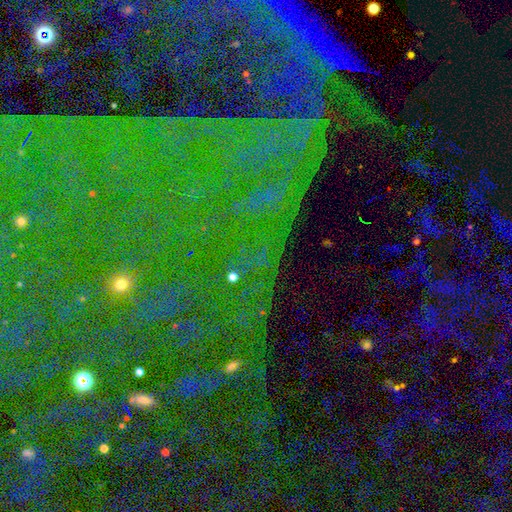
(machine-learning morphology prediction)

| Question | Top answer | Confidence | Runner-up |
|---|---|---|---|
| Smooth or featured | star or artifact | 82% | featured or disk (10%) |